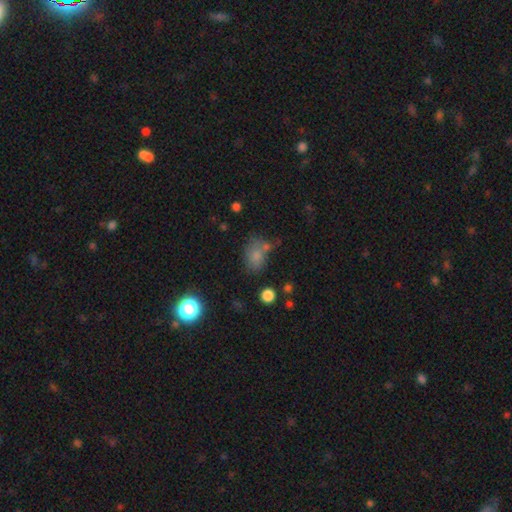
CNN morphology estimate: This is likely a smooth galaxy (76%). How rounded: likely in between (69%). Merging: possibly none (52%).